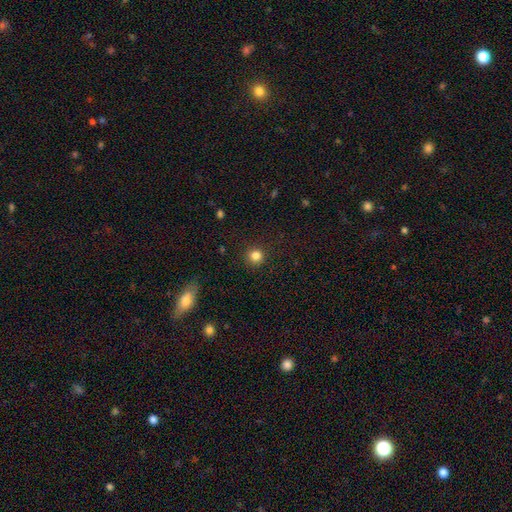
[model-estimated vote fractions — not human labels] This appears to be a smooth galaxy with no disk features (84%) that is round (94%). Merging: none (91%).